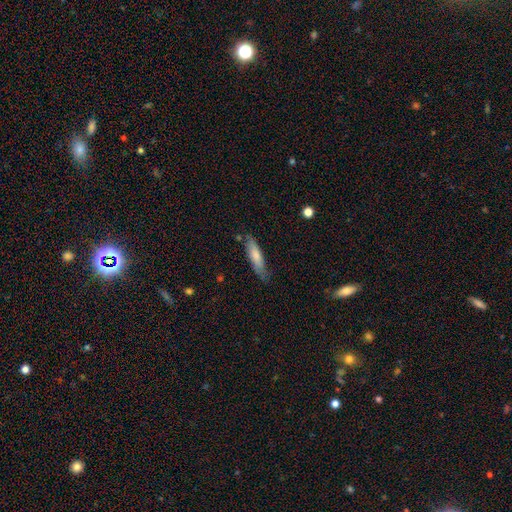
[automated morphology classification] The model was most divided on "how rounded": cigar-shaped: 69%, in between: 29%, round: 1%. More confident: smooth or featured — smooth (72%); merging — none (70%).